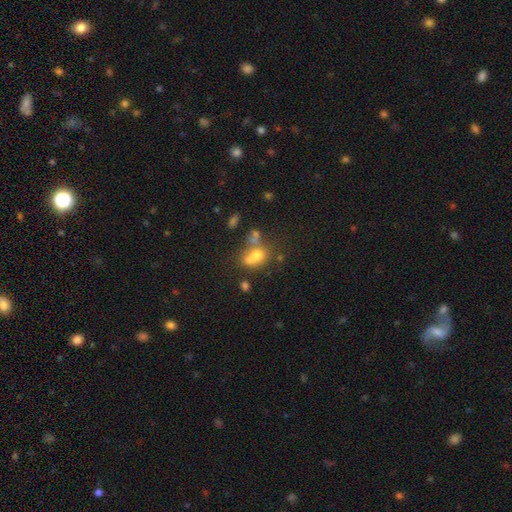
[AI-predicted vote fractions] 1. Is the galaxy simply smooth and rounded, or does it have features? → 61% smooth, 23% featured or disk, 17% star or artifact.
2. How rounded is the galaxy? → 55% round, 43% in between, 2% cigar-shaped.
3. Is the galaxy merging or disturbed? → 50% merger, 31% none, 11% minor disturbance, 9% major disturbance.